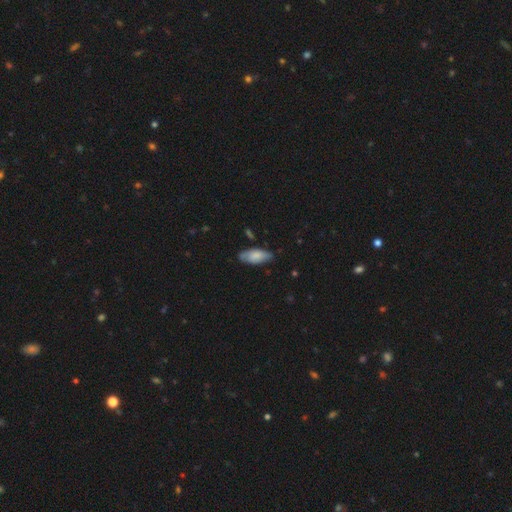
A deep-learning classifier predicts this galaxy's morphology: Q: Smooth or featured?
A: smooth (72%); runner-up: featured or disk (22%)
Q: How rounded?
A: in between (84%); runner-up: cigar-shaped (14%)
Q: Merging?
A: none (74%); runner-up: minor disturbance (21%)